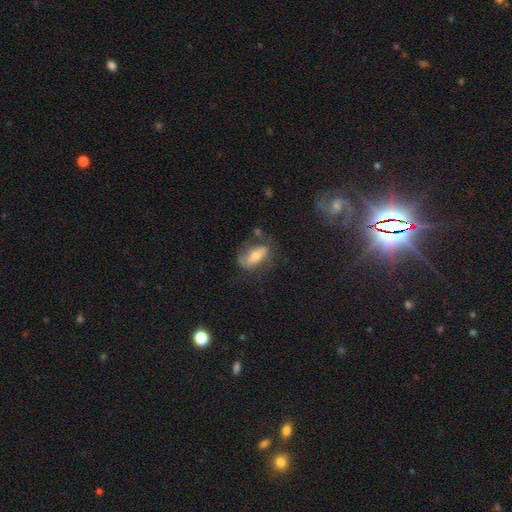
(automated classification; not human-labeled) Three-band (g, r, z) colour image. It shows a featured or disk galaxy (47%). Merging: none (58%).